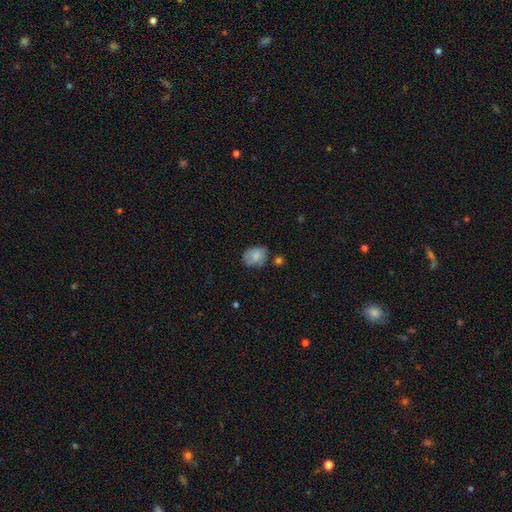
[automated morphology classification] Q: Smooth or featured?
A: smooth (76%); runner-up: featured or disk (16%)
Q: How rounded?
A: in between (62%); runner-up: round (37%)
Q: Merging?
A: none (60%); runner-up: minor disturbance (28%)